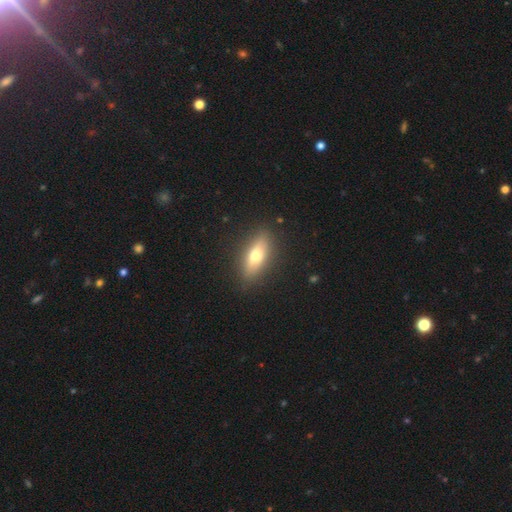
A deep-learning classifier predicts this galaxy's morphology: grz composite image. It shows a smooth galaxy with no disk features (59%) that is in between round and cigar-shaped (60%). Merging: none (87%).